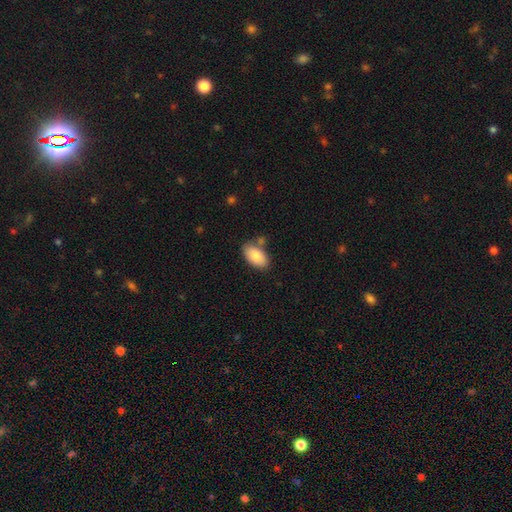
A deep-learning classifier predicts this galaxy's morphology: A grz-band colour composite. It shows a smooth galaxy with no disk features (85%) that is in between round and cigar-shaped (95%). Merging: none (71%).